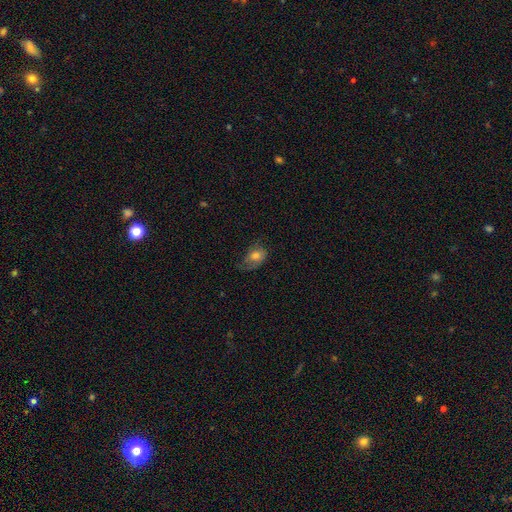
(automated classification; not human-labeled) Morphology: type=smooth (65%); roundness=in between (76%); merging=none (46%).